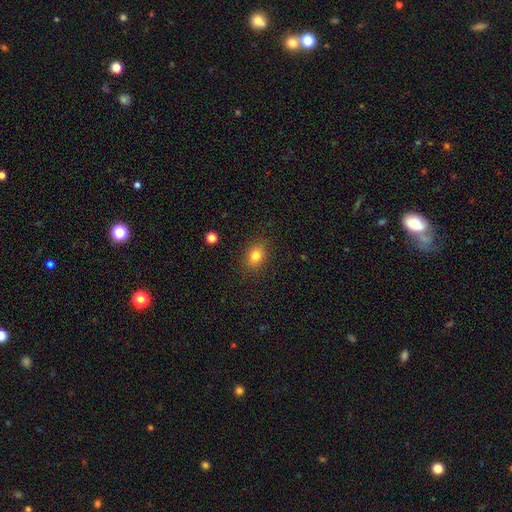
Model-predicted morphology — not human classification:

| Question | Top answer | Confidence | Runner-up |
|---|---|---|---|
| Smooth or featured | smooth | 81% | star or artifact (11%) |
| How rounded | in between | 61% | round (37%) |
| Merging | none | 86% | minor disturbance (10%) |